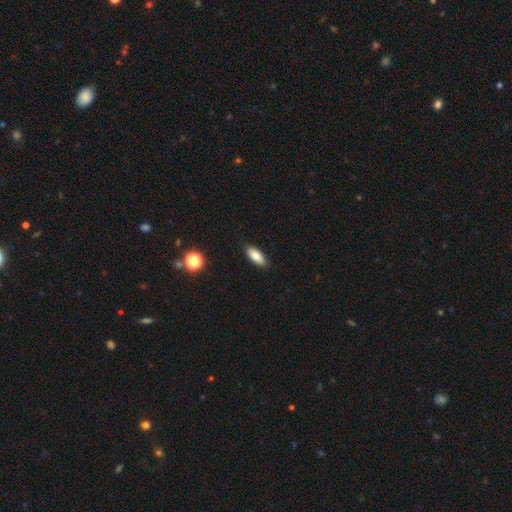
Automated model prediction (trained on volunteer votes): A smooth galaxy with no disk features (80%) that is in between round and cigar-shaped (84%).

Vote fractions:
- Smooth or featured? smooth: 80% / featured or disk: 12% / star or artifact: 8%
- How rounded? in between: 84% / cigar-shaped: 14% / round: 3%
- Merging? none: 89% / minor disturbance: 8% / major disturbance: 2% / merger: 1%